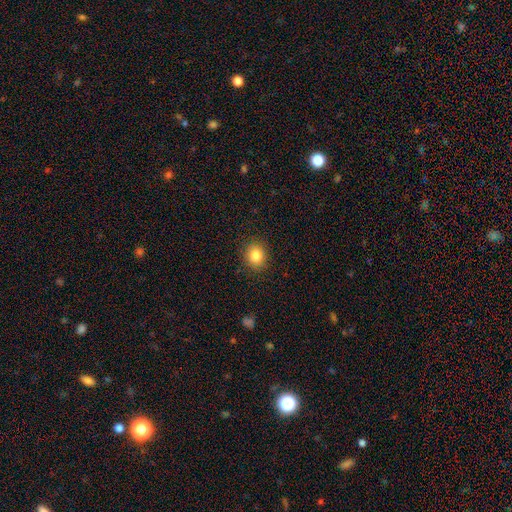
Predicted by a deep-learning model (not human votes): This appears to be a smooth galaxy with no disk features (84%) that is round (70%). Merging: none (88%).